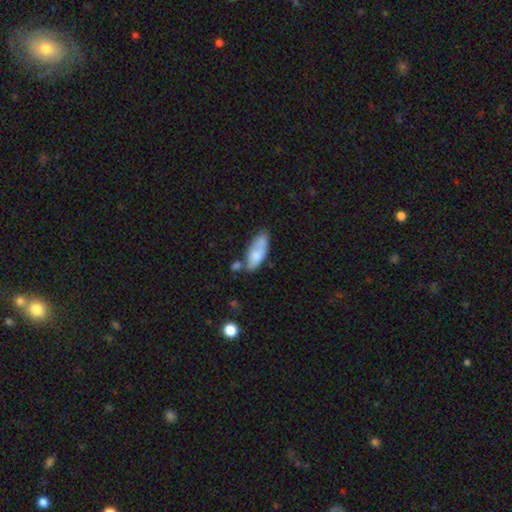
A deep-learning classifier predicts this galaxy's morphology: This appears to be a smooth galaxy with no disk features (73%) that is in between round and cigar-shaped (73%). Merging: none (54%).